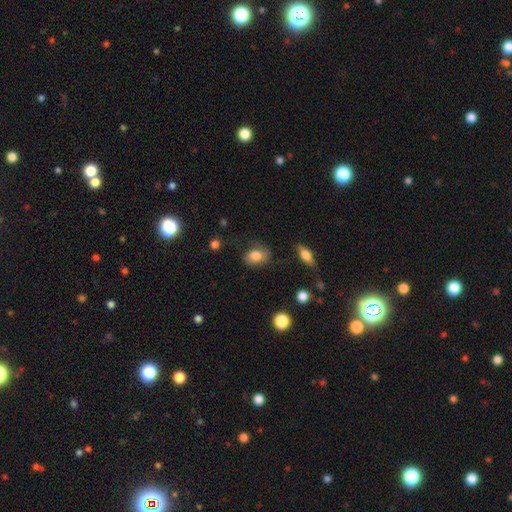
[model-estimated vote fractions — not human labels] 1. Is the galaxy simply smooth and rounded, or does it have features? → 77% smooth, 15% featured or disk, 9% star or artifact.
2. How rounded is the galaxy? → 68% in between, 30% round, 1% cigar-shaped.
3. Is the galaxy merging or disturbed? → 62% none, 24% minor disturbance, 11% major disturbance, 2% merger.